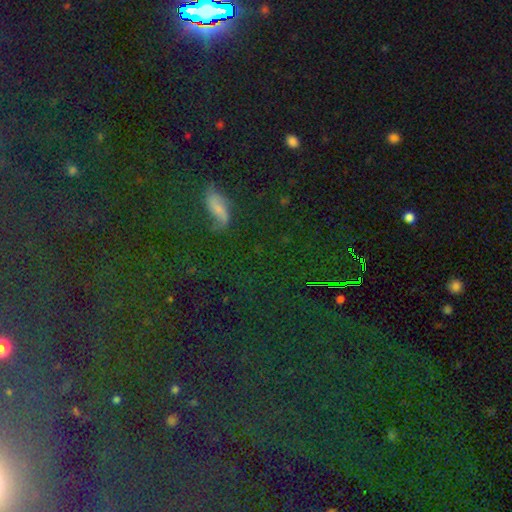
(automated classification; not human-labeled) A star or artifact, not a galaxy (63%).

Vote fractions:
- Smooth or featured? star or artifact: 63% / smooth: 25% / featured or disk: 12%